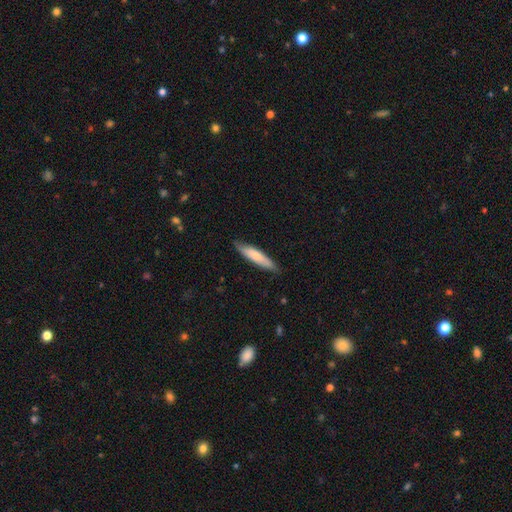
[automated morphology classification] This appears to be a smooth galaxy with no disk features (73%) that is cigar-shaped (80%). Merging: none (83%).